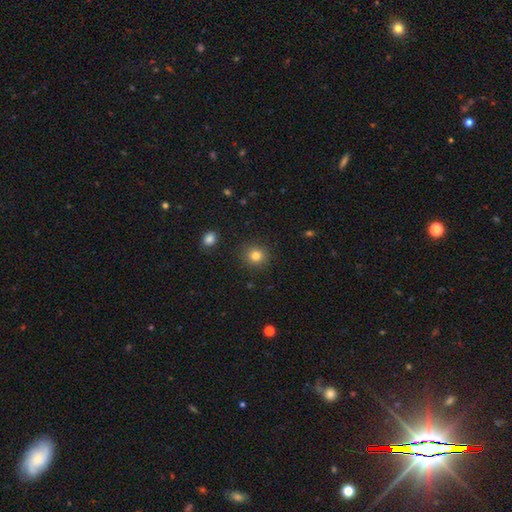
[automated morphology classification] Overall: smooth (82%). How rounded: round (90%). Merging: none (90%).